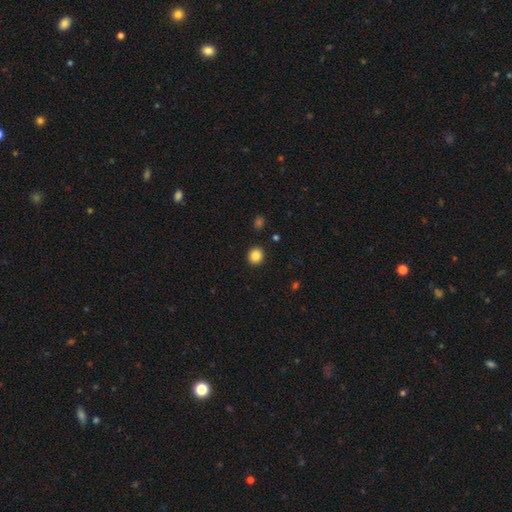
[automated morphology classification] This is clearly a smooth galaxy (86%). How rounded: clearly round (87%). Merging: clearly none (92%).